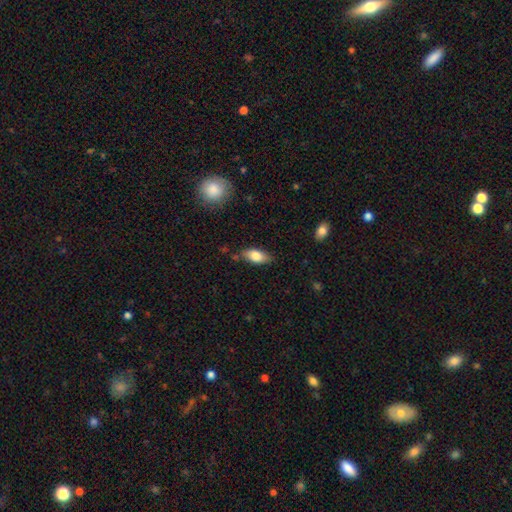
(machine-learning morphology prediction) A smooth galaxy with no disk features (78%) that is in between round and cigar-shaped (86%).

Vote fractions:
- Smooth or featured? smooth: 78% / featured or disk: 15% / star or artifact: 7%
- How rounded? in between: 86% / cigar-shaped: 11% / round: 3%
- Merging? none: 79% / minor disturbance: 15% / major disturbance: 3% / merger: 2%